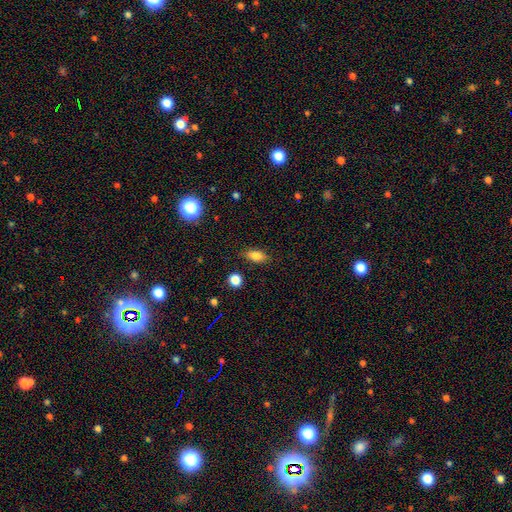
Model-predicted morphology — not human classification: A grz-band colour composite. It shows a smooth galaxy with no disk features (82%) that is in between round and cigar-shaped (83%). Merging: none (84%).